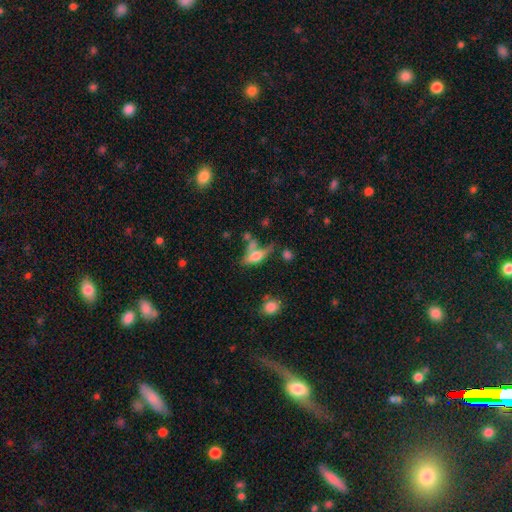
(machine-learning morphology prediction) Smooth or featured? smooth (52%)
How rounded? in between (57%)
Merging? none (40%)